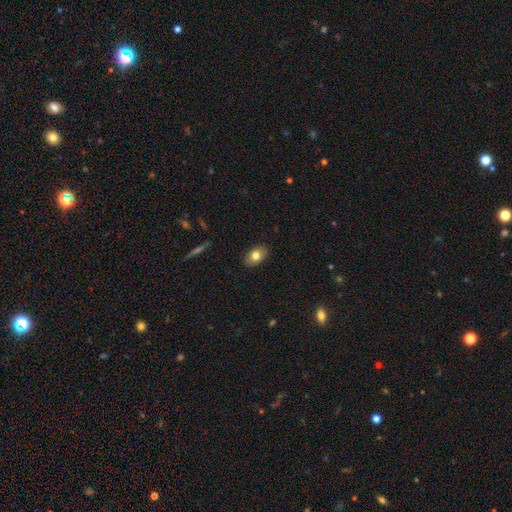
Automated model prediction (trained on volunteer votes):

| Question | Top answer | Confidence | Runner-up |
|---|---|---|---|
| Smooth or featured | smooth | 78% | featured or disk (14%) |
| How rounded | in between | 85% | round (14%) |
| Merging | none | 87% | minor disturbance (10%) |